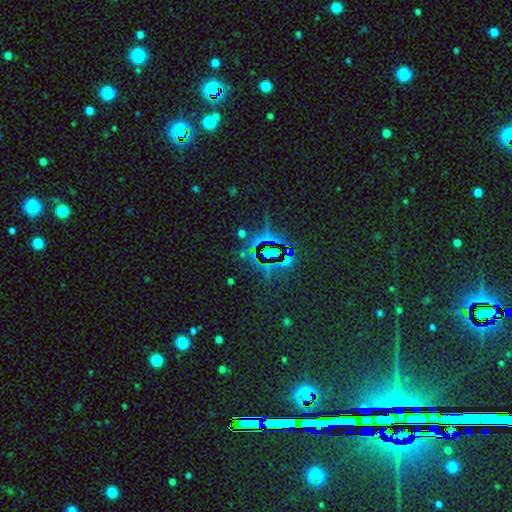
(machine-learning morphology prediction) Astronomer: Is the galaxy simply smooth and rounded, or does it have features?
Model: star or artifact — 77%.